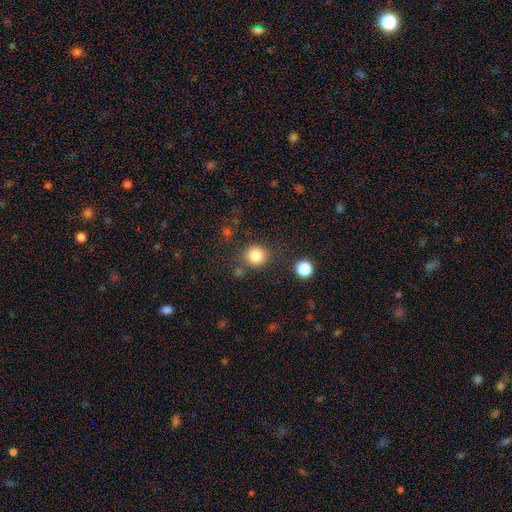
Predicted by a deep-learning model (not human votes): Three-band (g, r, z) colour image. It shows a smooth galaxy with no disk features (83%) that is round (90%). Merging: none (79%).